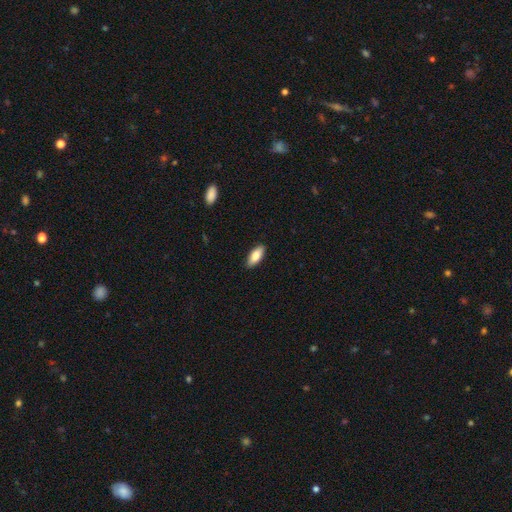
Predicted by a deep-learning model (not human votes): Q: Smooth or featured?
A: smooth (82%); runner-up: featured or disk (12%)
Q: How rounded?
A: in between (82%); runner-up: cigar-shaped (16%)
Q: Merging?
A: none (88%); runner-up: minor disturbance (10%)